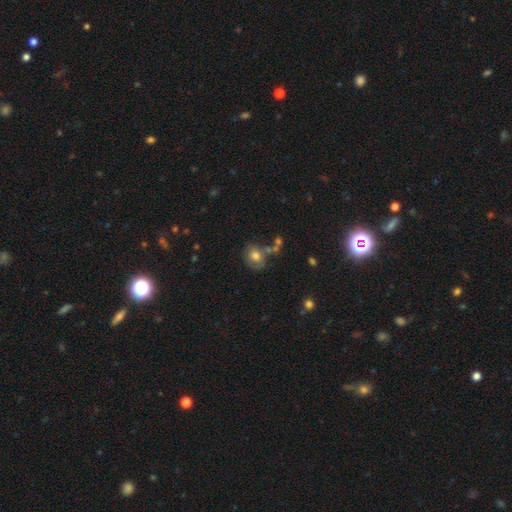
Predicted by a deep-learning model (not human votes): smooth_or_featured: smooth (p=0.69) [alt: featured or disk p=0.21]
how_rounded: round (p=0.54) [alt: in between p=0.45]
merging: none (p=0.50) [alt: minor disturbance p=0.23]